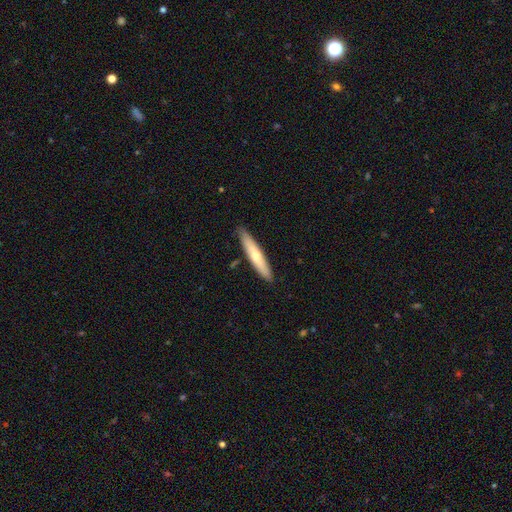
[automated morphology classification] A smooth galaxy with no disk features (61%) that is cigar-shaped (90%). Merging: none (89%).